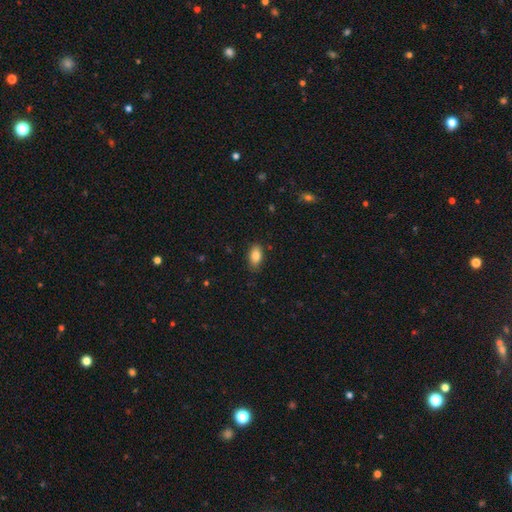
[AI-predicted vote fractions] Q: Smooth or featured?
A: smooth (85%); runner-up: star or artifact (8%)
Q: How rounded?
A: in between (91%); runner-up: round (5%)
Q: Merging?
A: none (84%); runner-up: minor disturbance (12%)